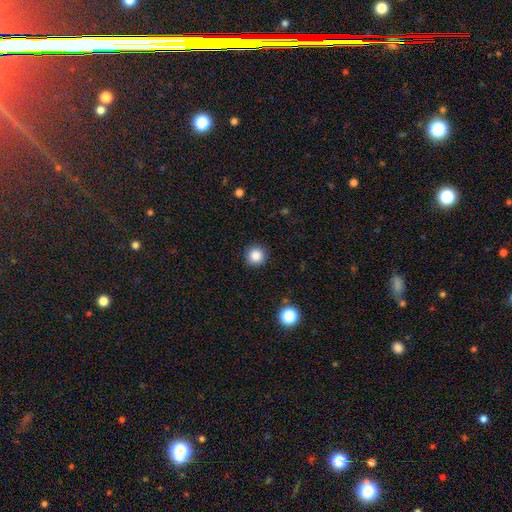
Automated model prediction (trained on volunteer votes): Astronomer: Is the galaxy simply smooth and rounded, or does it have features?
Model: smooth — 85%.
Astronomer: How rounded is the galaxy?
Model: round — 95%.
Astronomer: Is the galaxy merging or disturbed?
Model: none — 91%.